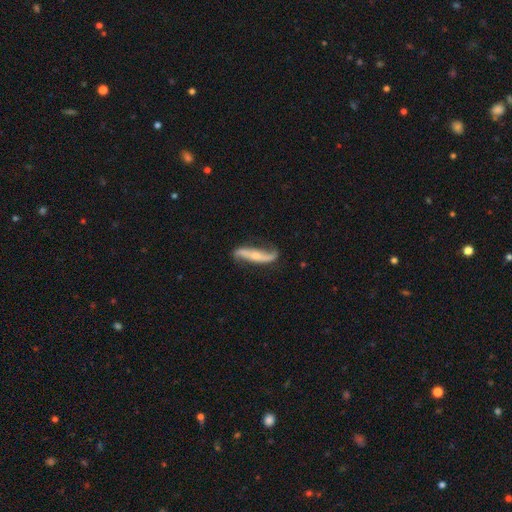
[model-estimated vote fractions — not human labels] Smooth or featured? Predicted: featured or disk (p=0.78). Edge-on disk? Predicted: no (p=0.72). Bar? Predicted: no (p=0.49). Spiral arms? Predicted: yes (p=0.91). Spiral winding? Predicted: loose (p=0.82). Spiral arm count? Predicted: 2 (p=0.90). Bulge size? Predicted: small (p=0.59). Merging? Predicted: none (p=0.69).